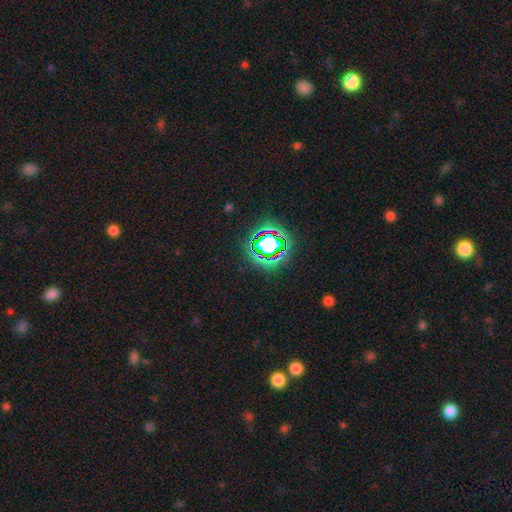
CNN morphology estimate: type=star or artifact (78%).